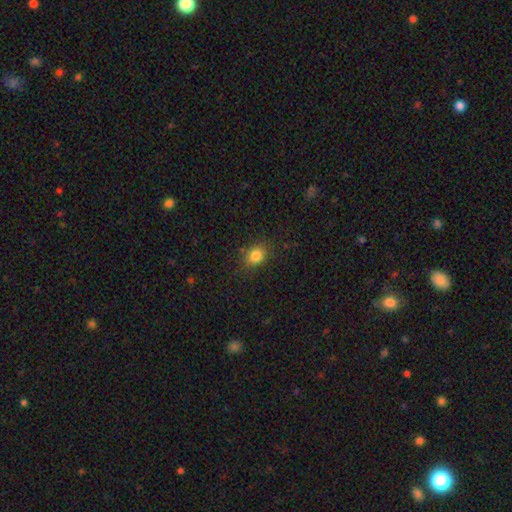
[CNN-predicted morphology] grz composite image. It shows a smooth galaxy with no disk features (83%) that is in between round and cigar-shaped (50%). Merging: none (83%).